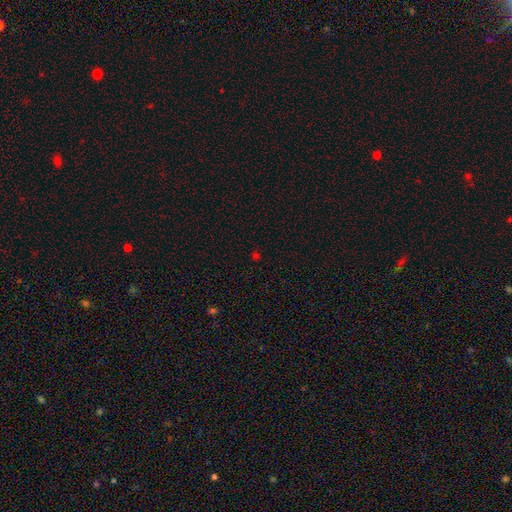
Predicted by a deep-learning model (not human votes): The model was most divided on "smooth or featured": star or artifact: 51%, smooth: 43%, featured or disk: 6%.